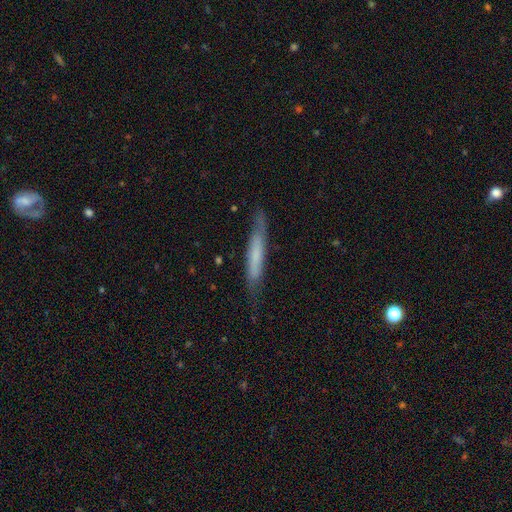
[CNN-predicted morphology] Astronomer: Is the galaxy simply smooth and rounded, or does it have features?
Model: smooth — 52% (runner-up: featured or disk, 42%).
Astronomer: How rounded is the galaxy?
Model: cigar-shaped — 93%.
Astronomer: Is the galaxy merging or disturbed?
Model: none — 73%.